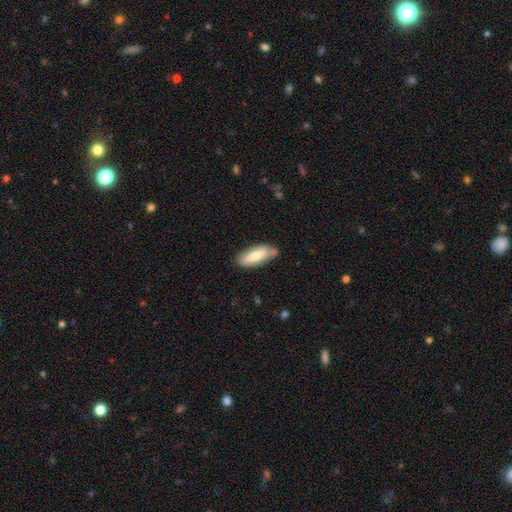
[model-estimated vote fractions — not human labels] This appears to be a smooth galaxy with no disk features (66%) that is in between round and cigar-shaped (73%). Merging: none (74%).